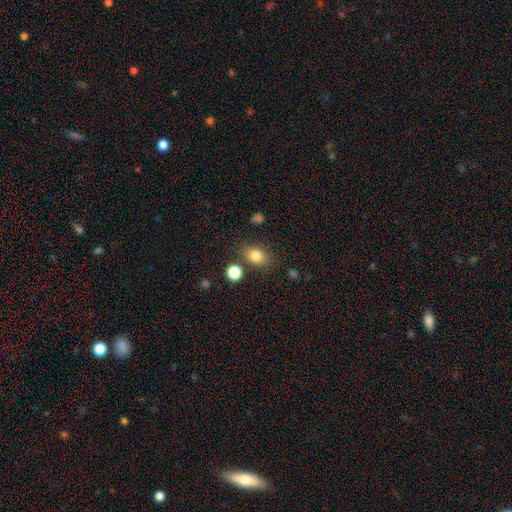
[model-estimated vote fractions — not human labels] Overall: smooth (82%). How rounded: in between (66%; round 33%). Merging: none (75%).